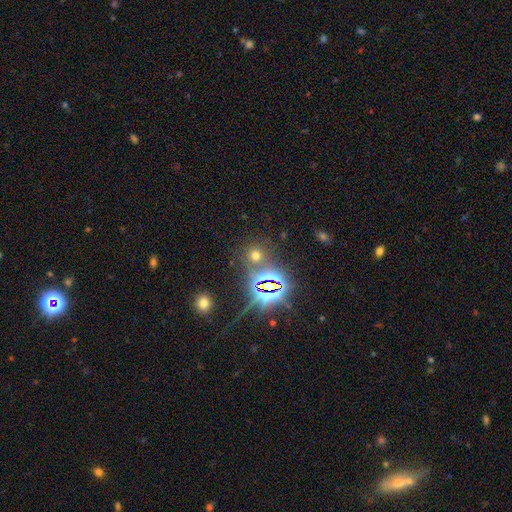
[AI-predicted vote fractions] Smooth or featured? Predicted: smooth (p=0.49). Merging? Predicted: none (p=0.76).